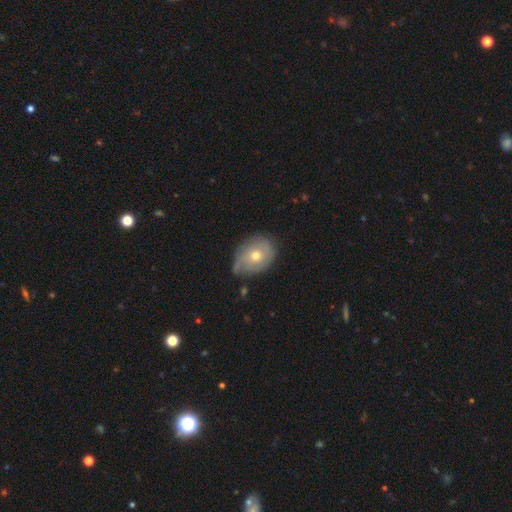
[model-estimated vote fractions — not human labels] A smooth galaxy with no disk features (55%) that is in between round and cigar-shaped (62%). Merging: none (58%).